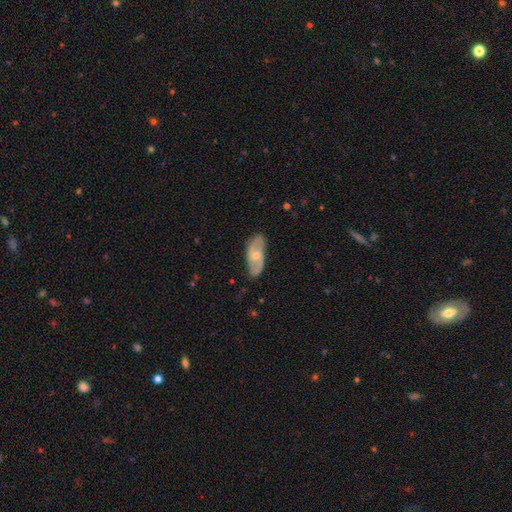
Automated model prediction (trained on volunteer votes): Smooth or featured: featured or disk — 52% (smooth — 42%)
Edge-on disk: no — 88% (yes — 12%)
Merging: none — 78% (minor disturbance — 17%)